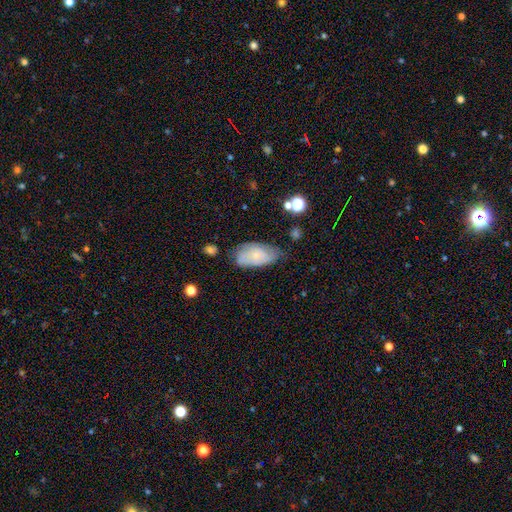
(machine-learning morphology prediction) smooth-or-featured: smooth: 50% | featured or disk: 41% | star or artifact: 8%
  how-rounded: in between: 92% | round: 4% | cigar-shaped: 4%
  merging: none: 54% | minor disturbance: 33% | major disturbance: 10% | merger: 3%